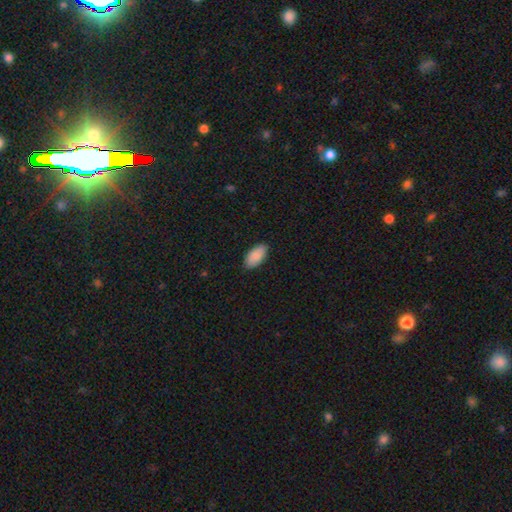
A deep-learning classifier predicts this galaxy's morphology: Overall: smooth (90%). How rounded: in between (95%). Merging: none (87%).